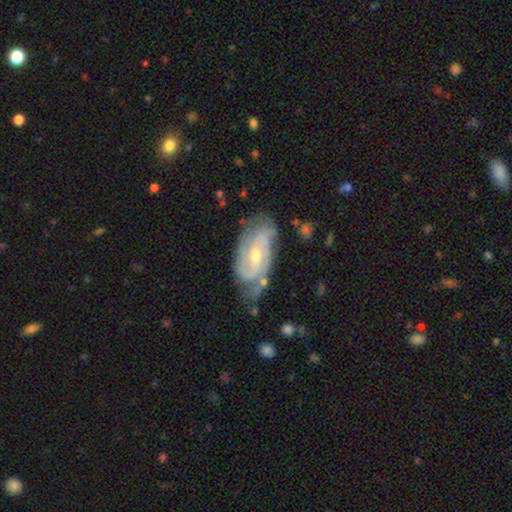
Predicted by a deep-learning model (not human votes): Morphology: type=featured or disk (84%); edge-on=no (95%); bar=no (45%); spiral arms=yes (95%); winding=tight (46%); arm count=2 (55%); bulge=small (50%); merging=none (60%).